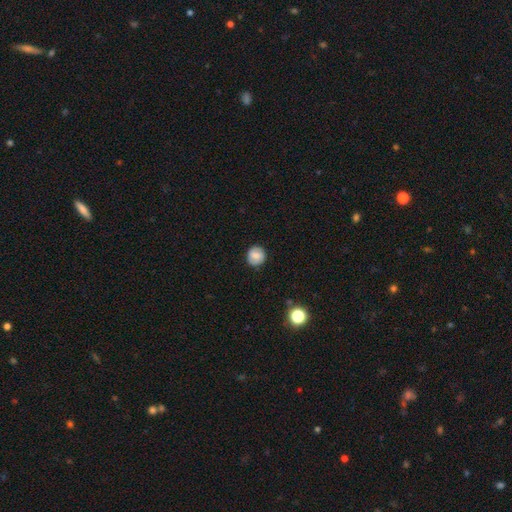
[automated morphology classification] Smooth or featured?
  - smooth: 74% *
  - featured or disk: 17%
  - star or artifact: 9%
How rounded?
  - round: 89% *
  - in between: 10%
  - cigar-shaped: 1%
Merging?
  - none: 88% *
  - minor disturbance: 9%
  - major disturbance: 2%
  - merger: 1%